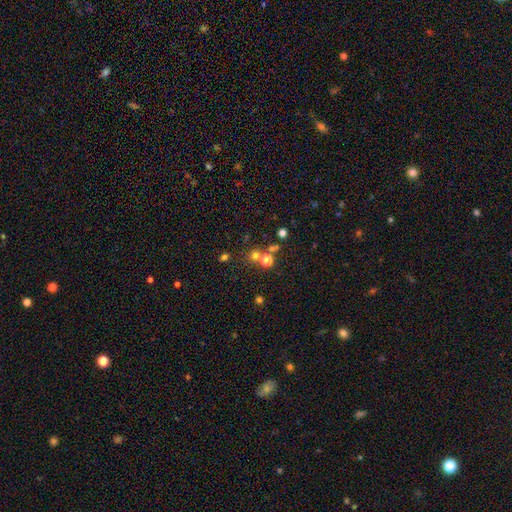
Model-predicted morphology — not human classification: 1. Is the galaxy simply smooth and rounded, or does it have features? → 64% smooth, 27% star or artifact, 10% featured or disk.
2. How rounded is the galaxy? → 88% round, 11% in between, 1% cigar-shaped.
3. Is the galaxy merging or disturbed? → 65% none, 25% merger, 7% minor disturbance, 4% major disturbance.